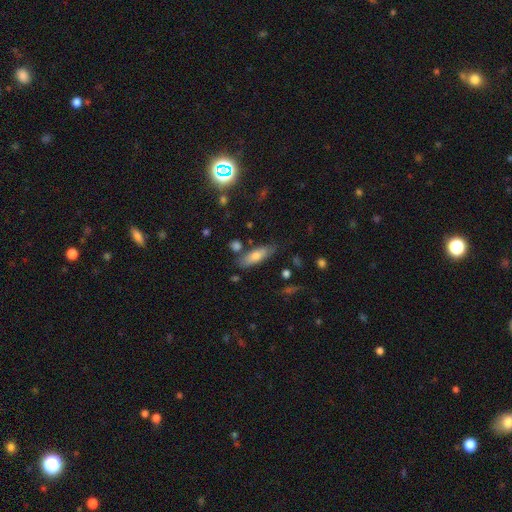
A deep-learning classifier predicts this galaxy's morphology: Smooth or featured?
  - smooth: 70% *
  - featured or disk: 23%
  - star or artifact: 8%
How rounded?
  - in between: 53% *
  - cigar-shaped: 44%
  - round: 3%
Merging?
  - none: 75% *
  - minor disturbance: 15%
  - merger: 6%
  - major disturbance: 4%